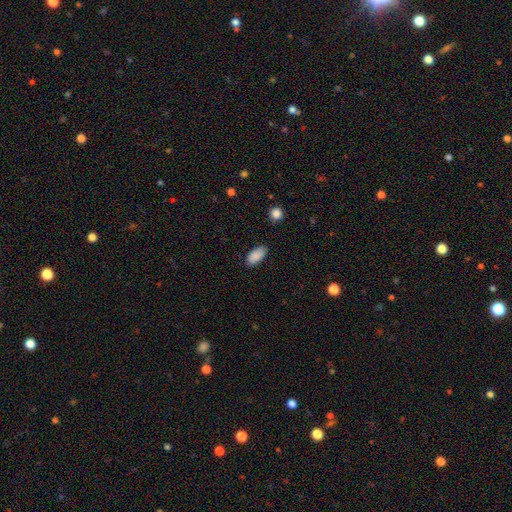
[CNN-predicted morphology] Smooth or featured? smooth (89%)
How rounded? in between (92%)
Merging? none (85%)